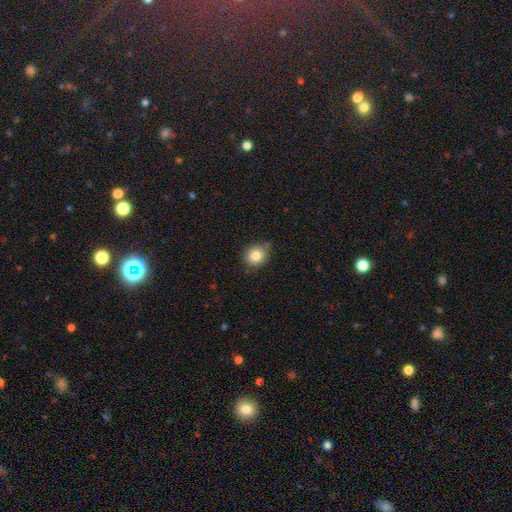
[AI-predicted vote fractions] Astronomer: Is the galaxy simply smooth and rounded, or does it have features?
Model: smooth — 83%.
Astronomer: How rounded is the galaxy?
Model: round — 78%.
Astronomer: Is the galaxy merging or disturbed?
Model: none — 76%.